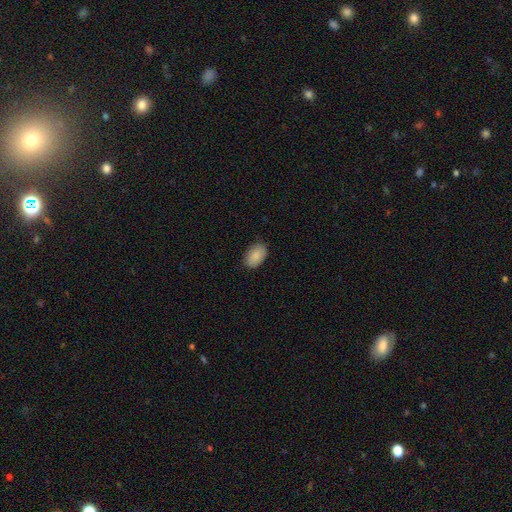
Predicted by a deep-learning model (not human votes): smooth 88%, star or artifact 7%, featured or disk 6%. Down the decision tree: how rounded — in between (90%); merging — none (86%).